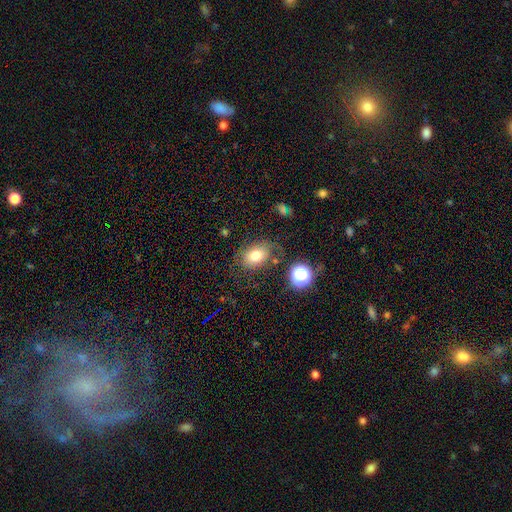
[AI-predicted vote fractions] smooth_or_featured: smooth (p=0.72) [alt: featured or disk p=0.15]
how_rounded: in between (p=0.72) [alt: round p=0.27]
merging: none (p=0.67) [alt: minor disturbance p=0.19]